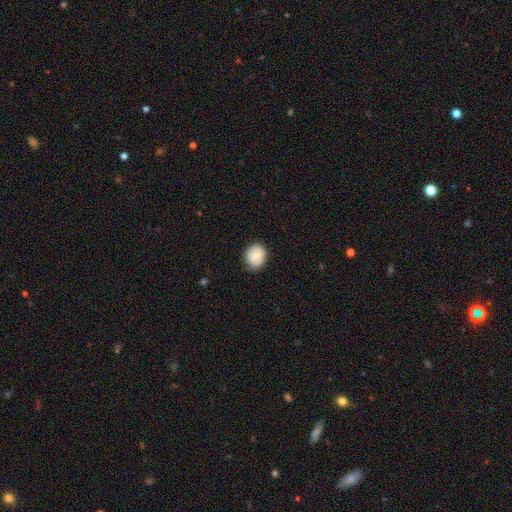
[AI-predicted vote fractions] Smooth or featured: smooth — 68% (featured or disk — 24%)
How rounded: round — 73% (in between — 26%)
Merging: none — 82% (minor disturbance — 15%)